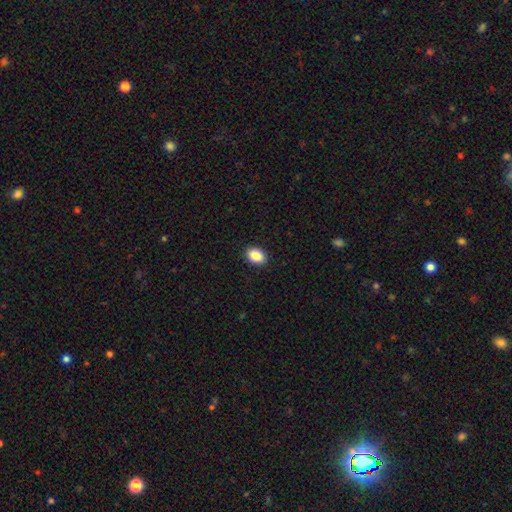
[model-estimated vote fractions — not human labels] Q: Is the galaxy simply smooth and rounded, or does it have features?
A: smooth — 89%.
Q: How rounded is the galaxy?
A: in between — 84%.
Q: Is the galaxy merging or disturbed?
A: none — 90%.